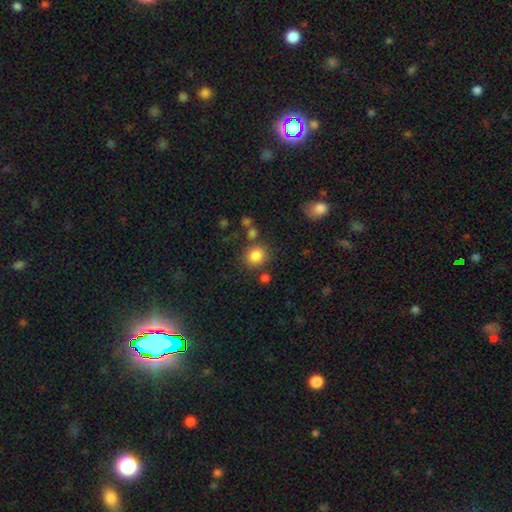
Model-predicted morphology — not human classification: A smooth galaxy with no disk features (84%) that is round (81%). Merging: none (76%).